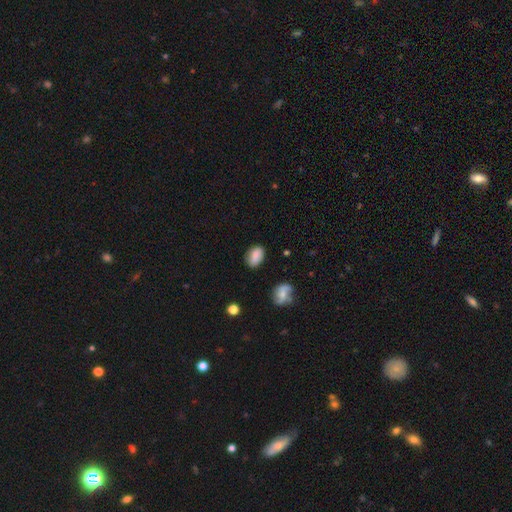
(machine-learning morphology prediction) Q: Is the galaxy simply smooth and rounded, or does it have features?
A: smooth — 82%.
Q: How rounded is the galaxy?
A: in between — 87%.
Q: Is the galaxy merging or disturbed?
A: none — 73%.